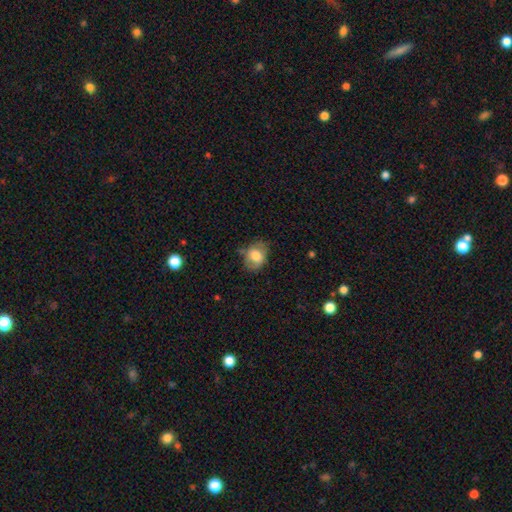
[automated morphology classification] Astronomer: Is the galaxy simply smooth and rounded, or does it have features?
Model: smooth — 75%.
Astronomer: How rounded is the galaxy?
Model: in between — 63%.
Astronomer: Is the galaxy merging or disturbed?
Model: none — 65%.